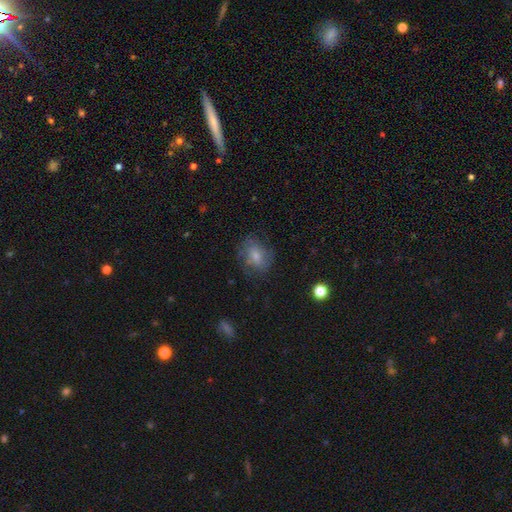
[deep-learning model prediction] The model was most divided on "how rounded": in between: 57%, round: 42%, cigar-shaped: 1%. More confident: smooth or featured — smooth (70%); merging — none (67%).